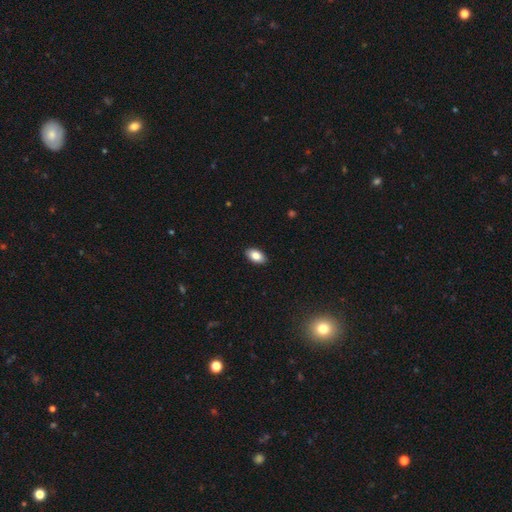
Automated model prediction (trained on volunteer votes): smooth_or_featured: smooth (p=0.85) [alt: featured or disk p=0.08]
how_rounded: in between (p=0.93) [alt: round p=0.04]
merging: none (p=0.90) [alt: minor disturbance p=0.07]